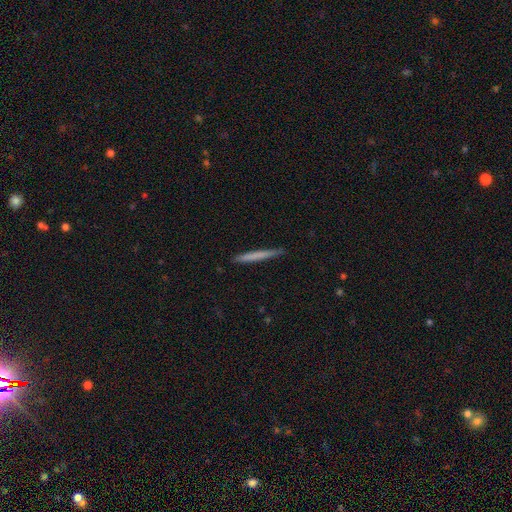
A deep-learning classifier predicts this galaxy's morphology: smooth-or-featured: smooth: 65% | featured or disk: 30% | star or artifact: 5%
  how-rounded: cigar-shaped: 97% | in between: 2% | round: 1%
  merging: none: 89% | minor disturbance: 8% | major disturbance: 1% | merger: 1%